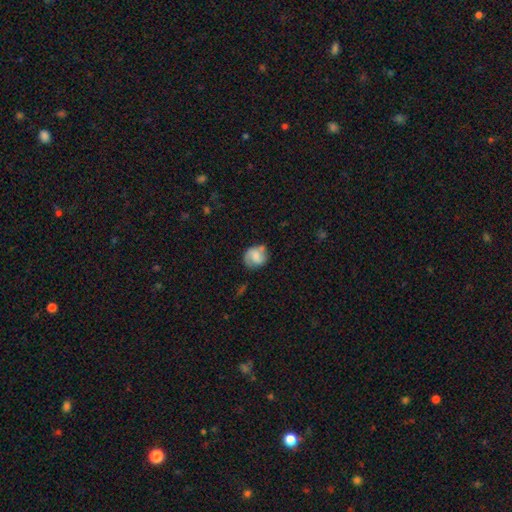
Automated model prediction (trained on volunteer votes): Smooth or featured?
  - smooth: 50% *
  - featured or disk: 42%
  - star or artifact: 8%
Merging?
  - none: 57% *
  - minor disturbance: 26%
  - major disturbance: 9%
  - merger: 7%